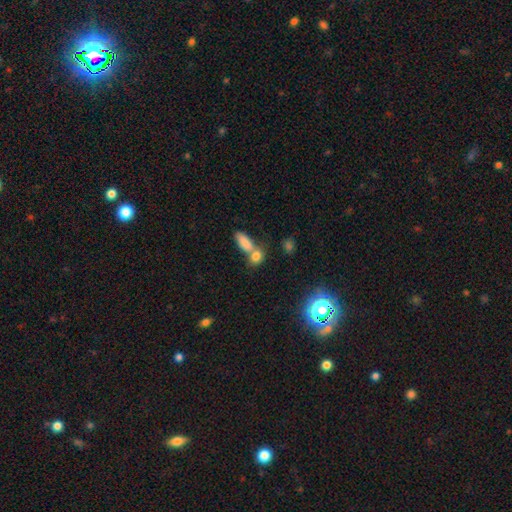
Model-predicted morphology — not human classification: Smooth or featured: smooth — 80% (star or artifact — 11%)
How rounded: in between — 66% (round — 26%)
Merging: merger — 48% (none — 39%)